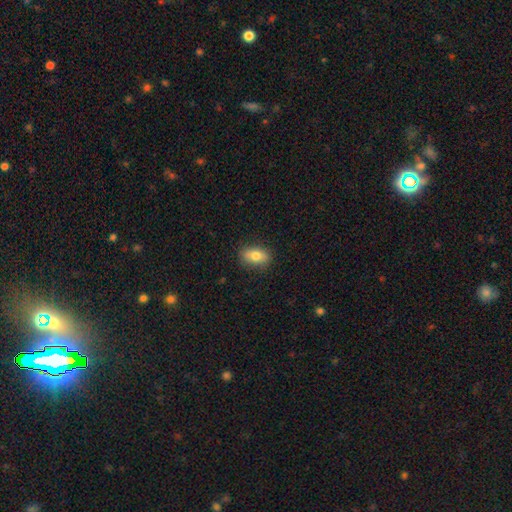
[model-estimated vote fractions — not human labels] smooth 77%, featured or disk 15%, star or artifact 8%. Down the decision tree: how rounded — in between (83%); merging — none (86%).